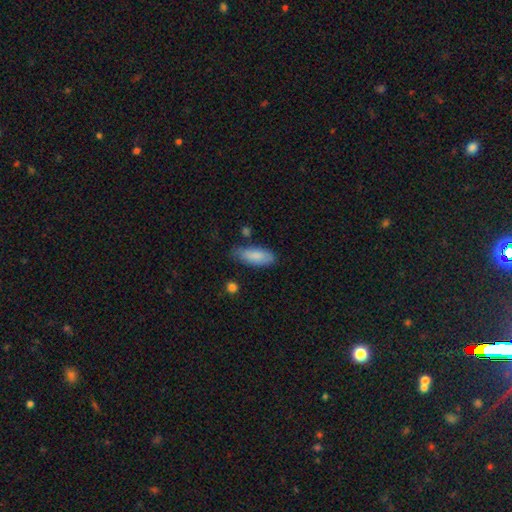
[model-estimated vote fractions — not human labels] A smooth galaxy with no disk features (85%) that is in between round and cigar-shaped (79%).

Vote fractions:
- Smooth or featured? smooth: 85% / featured or disk: 9% / star or artifact: 6%
- How rounded? in between: 79% / cigar-shaped: 19% / round: 2%
- Merging? none: 68% / minor disturbance: 24% / major disturbance: 5% / merger: 3%